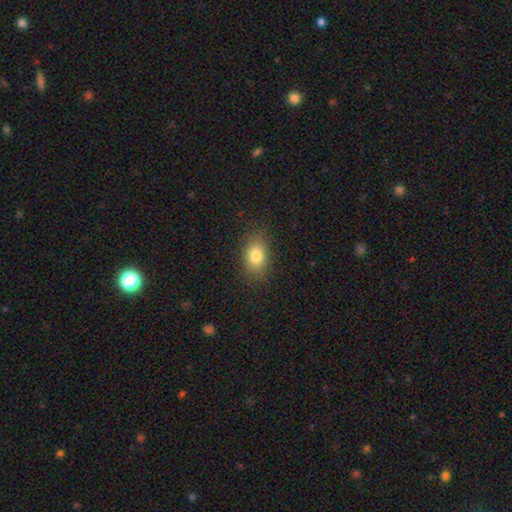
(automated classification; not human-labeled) Smooth or featured?
  - smooth: 81% *
  - star or artifact: 10%
  - featured or disk: 9%
How rounded?
  - in between: 79% *
  - round: 19%
  - cigar-shaped: 2%
Merging?
  - none: 85% *
  - minor disturbance: 11%
  - major disturbance: 3%
  - merger: 1%